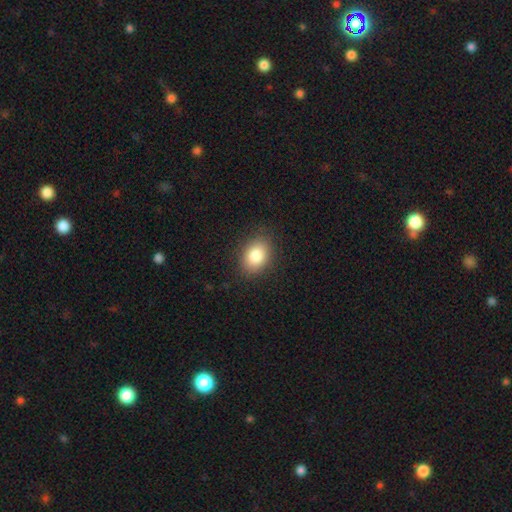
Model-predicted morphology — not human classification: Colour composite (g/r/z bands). It shows a smooth galaxy with no disk features (85%) that is in between round and cigar-shaped (72%). Merging: none (86%).